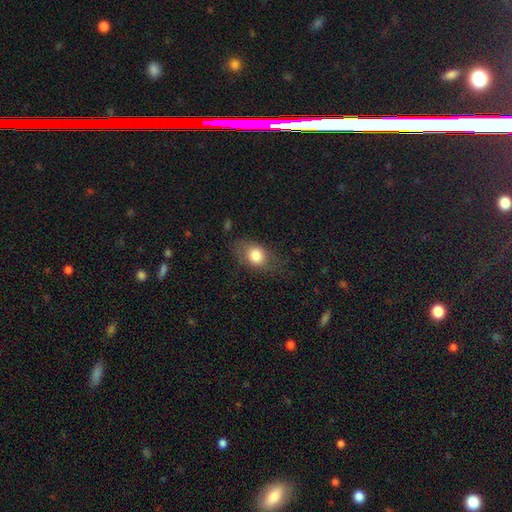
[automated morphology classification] This appears to be a smooth galaxy with no disk features (78%) that is in between round and cigar-shaped (74%). Merging: none (66%).